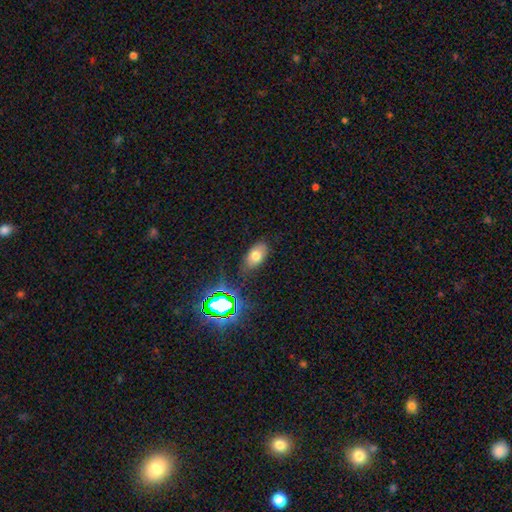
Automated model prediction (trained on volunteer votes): The model was most divided on "smooth or featured": smooth: 68%, star or artifact: 17%, featured or disk: 14%. More confident: how rounded — in between (91%); merging — none (78%).